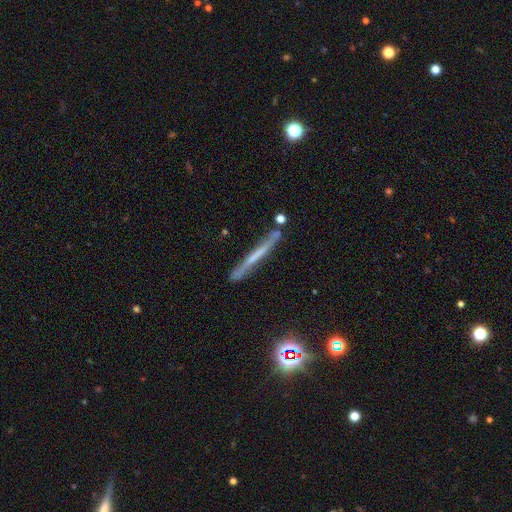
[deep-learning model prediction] Smooth or featured: featured or disk — 56% (smooth — 33%)
Edge-on disk: yes — 91% (no — 9%)
Edge-on bulge: none — 74% (rounded — 16%)
Merging: none — 76% (minor disturbance — 15%)